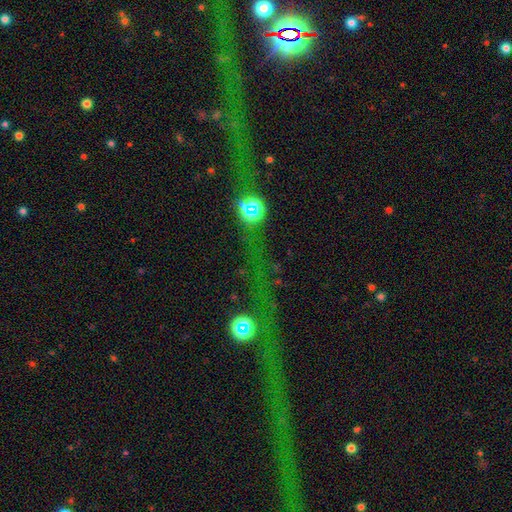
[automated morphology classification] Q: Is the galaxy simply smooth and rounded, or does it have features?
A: star or artifact — 70%.